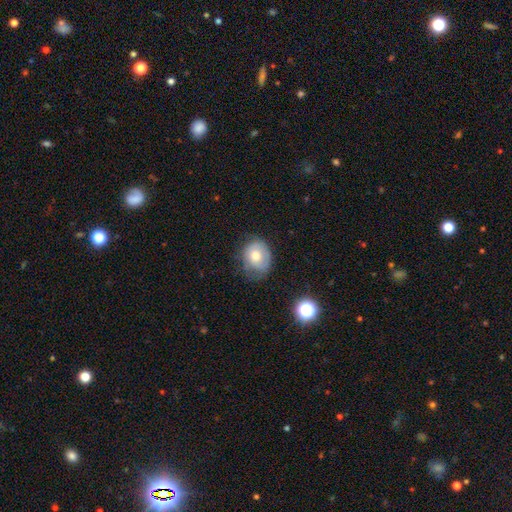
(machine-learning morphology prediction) smooth_or_featured: smooth (p=0.57) [alt: featured or disk p=0.34]
how_rounded: round (p=0.61) [alt: in between p=0.38]
merging: none (p=0.56) [alt: minor disturbance p=0.31]